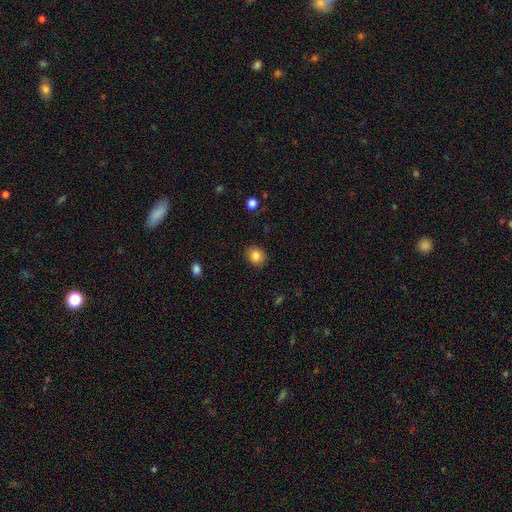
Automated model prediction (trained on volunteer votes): This is clearly a smooth galaxy (84%). How rounded: likely round (64%). Merging: clearly none (89%).